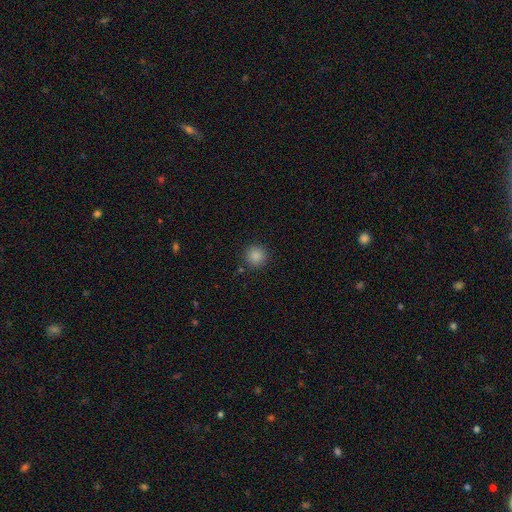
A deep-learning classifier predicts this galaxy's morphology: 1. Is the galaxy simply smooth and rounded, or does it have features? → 86% smooth, 10% star or artifact, 3% featured or disk.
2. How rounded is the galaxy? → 95% round, 4% in between, 1% cigar-shaped.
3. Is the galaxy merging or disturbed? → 89% none, 7% minor disturbance, 2% major disturbance, 2% merger.